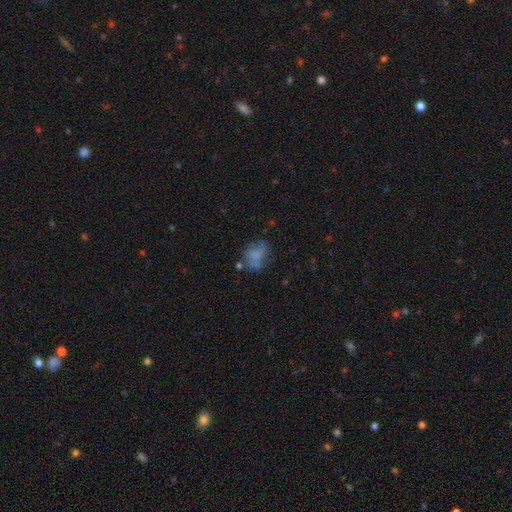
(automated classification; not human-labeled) Overall: smooth (55%; featured or disk 31%). How rounded: in between (68%; round 29%). Merging: none (40%; major disturbance 26%).